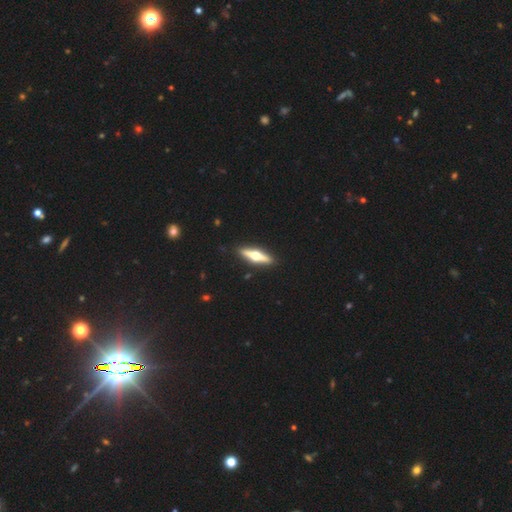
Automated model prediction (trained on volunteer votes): Smooth or featured? Predicted: featured or disk (p=0.72). Edge-on disk? Predicted: yes (p=0.96). Edge-on bulge? Predicted: rounded (p=0.96). Merging? Predicted: none (p=0.91).